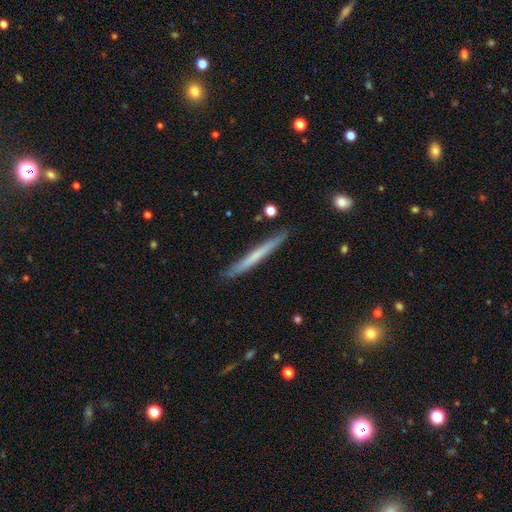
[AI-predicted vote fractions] This is possibly a smooth galaxy (53%). How rounded: clearly cigar-shaped (97%). Merging: clearly none (87%).